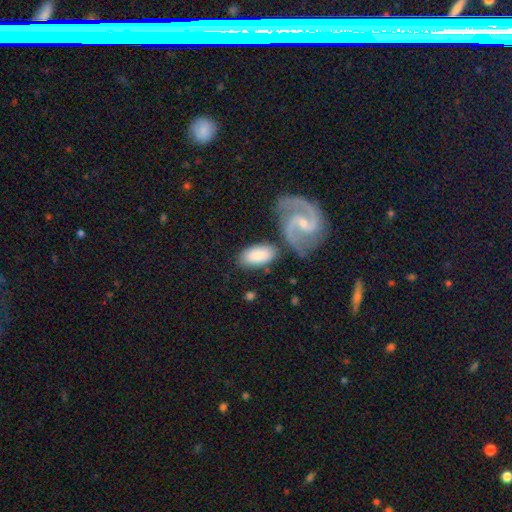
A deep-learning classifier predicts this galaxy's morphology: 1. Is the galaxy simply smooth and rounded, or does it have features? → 73% smooth, 22% featured or disk, 5% star or artifact.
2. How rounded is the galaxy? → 94% in between, 3% round, 3% cigar-shaped.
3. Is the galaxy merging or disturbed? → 62% none, 18% minor disturbance, 14% merger, 6% major disturbance.